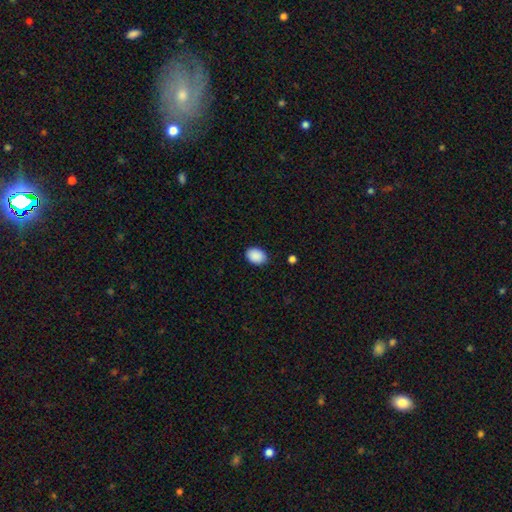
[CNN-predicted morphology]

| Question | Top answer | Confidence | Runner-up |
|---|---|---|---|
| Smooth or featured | smooth | 90% | star or artifact (7%) |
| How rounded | in between | 79% | round (21%) |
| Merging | none | 88% | minor disturbance (9%) |